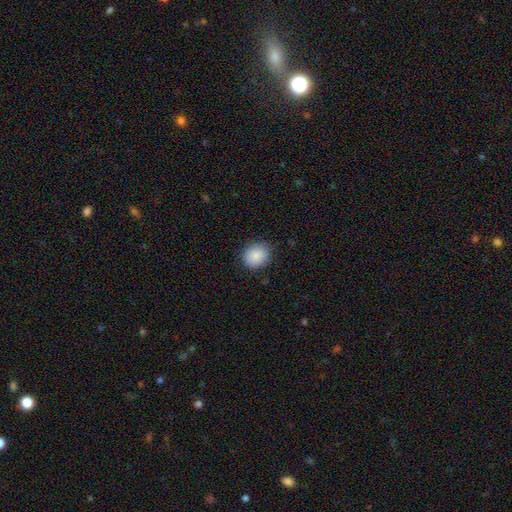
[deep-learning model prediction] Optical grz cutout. It shows a smooth galaxy with no disk features (88%) that is round (64%). Merging: none (85%).